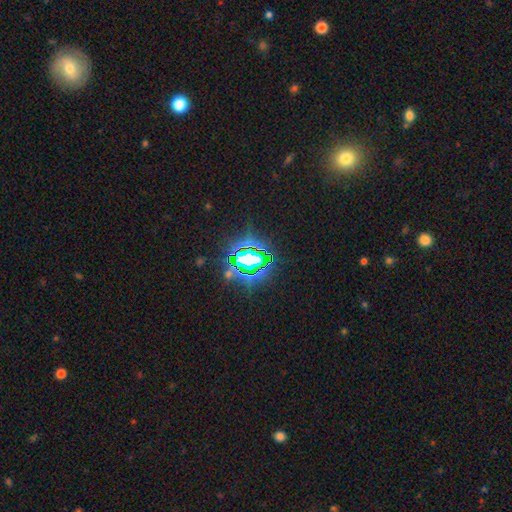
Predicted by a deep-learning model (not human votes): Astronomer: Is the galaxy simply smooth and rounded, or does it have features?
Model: star or artifact — 78%.